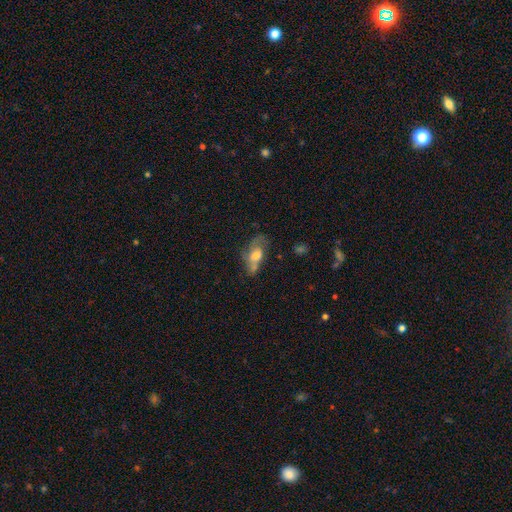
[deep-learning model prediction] smooth_or_featured: smooth (p=0.50) [alt: featured or disk p=0.41]
how_rounded: in between (p=0.83) [alt: cigar-shaped p=0.09]
merging: none (p=0.38) [alt: minor disturbance p=0.27]